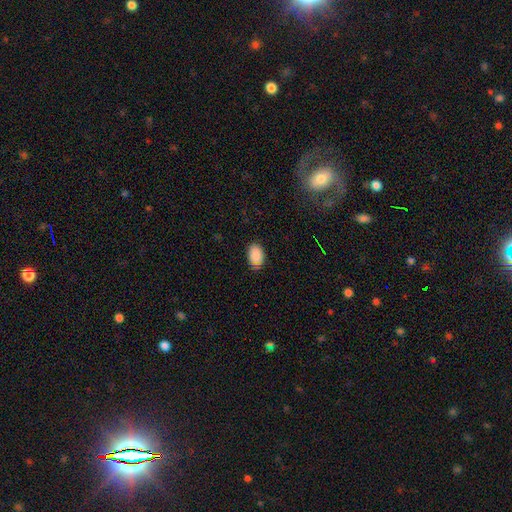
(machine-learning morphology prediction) A smooth galaxy with no disk features (90%) that is in between round and cigar-shaped (91%).

Vote fractions:
- Smooth or featured? smooth: 90% / star or artifact: 7% / featured or disk: 4%
- How rounded? in between: 91% / round: 8% / cigar-shaped: 1%
- Merging? none: 83% / minor disturbance: 14% / major disturbance: 2% / merger: 1%